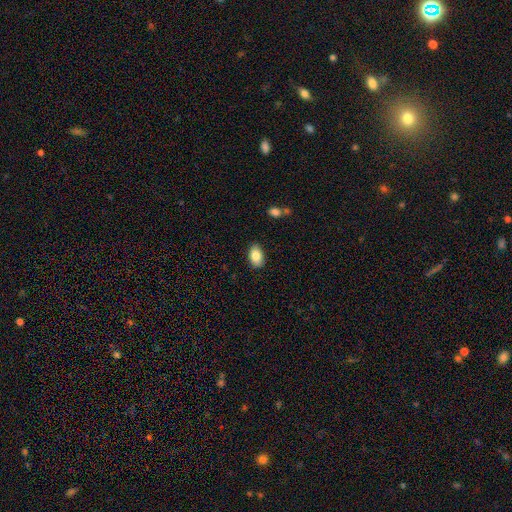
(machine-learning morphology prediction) The model was most divided on "smooth or featured": smooth: 85%, featured or disk: 8%, star or artifact: 7%. More confident: how rounded — in between (92%); merging — none (88%).